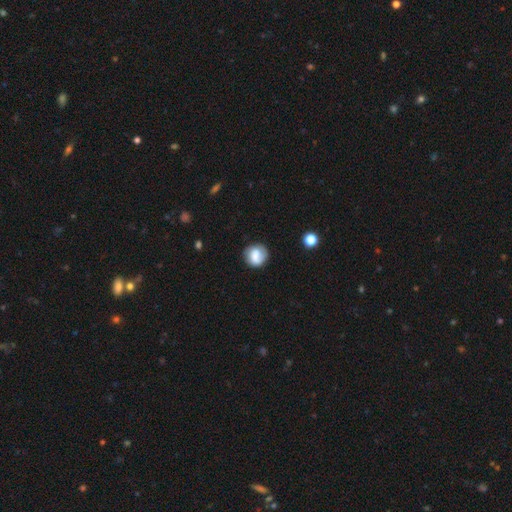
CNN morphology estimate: Q: Smooth or featured?
A: smooth (65%); runner-up: featured or disk (26%)
Q: How rounded?
A: round (84%); runner-up: in between (15%)
Q: Merging?
A: none (71%); runner-up: minor disturbance (19%)